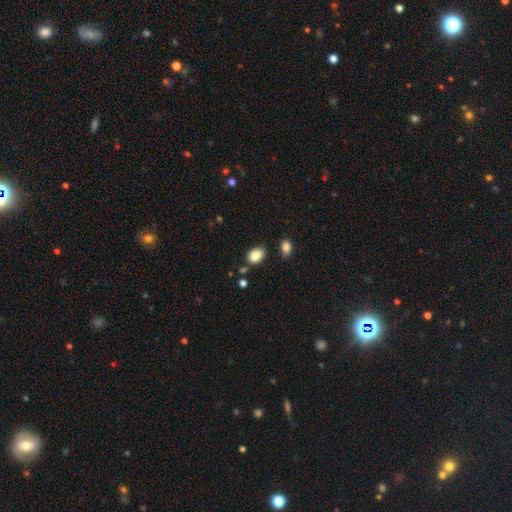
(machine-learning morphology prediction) Smooth or featured? smooth (85%)
How rounded? in between (70%)
Merging? none (78%)